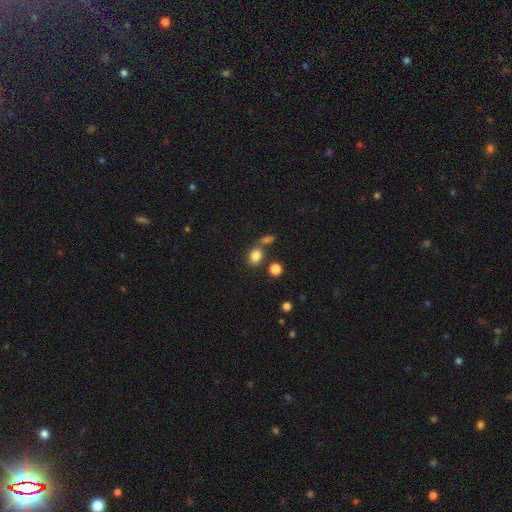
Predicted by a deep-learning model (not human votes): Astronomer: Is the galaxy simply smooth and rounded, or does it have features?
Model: smooth — 82%.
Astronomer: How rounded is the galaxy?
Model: in between — 55% (runner-up: round, 44%).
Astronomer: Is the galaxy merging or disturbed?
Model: none — 64%.